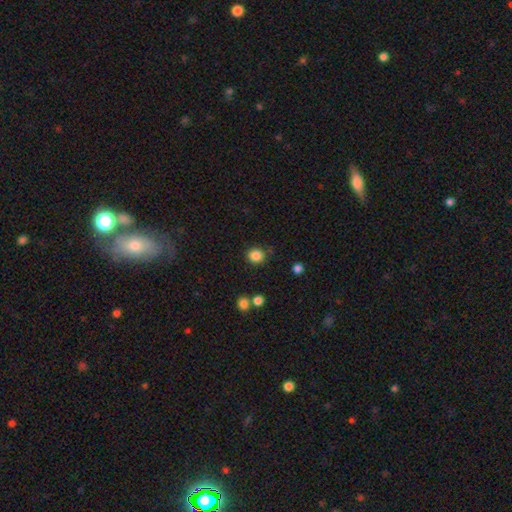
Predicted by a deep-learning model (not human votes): Smooth or featured?
  - smooth: 85% *
  - star or artifact: 11%
  - featured or disk: 4%
How rounded?
  - round: 86% *
  - in between: 13%
  - cigar-shaped: 1%
Merging?
  - none: 82% *
  - minor disturbance: 11%
  - merger: 4%
  - major disturbance: 3%